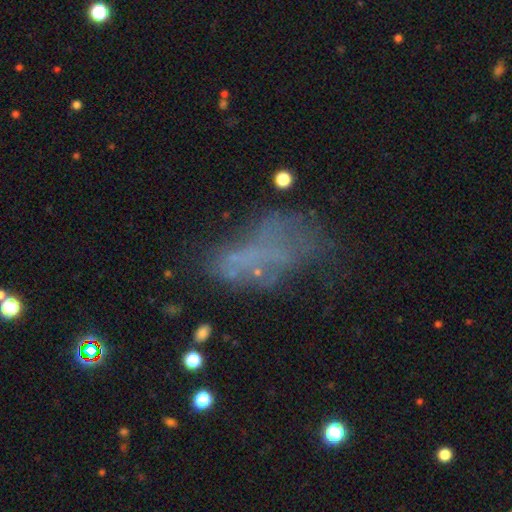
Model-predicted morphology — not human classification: A featured or disk galaxy (42%).

Vote fractions:
- Smooth or featured? featured or disk: 42% / smooth: 34% / star or artifact: 24%
- Merging? none: 36% / major disturbance: 34% / minor disturbance: 21% / merger: 8%